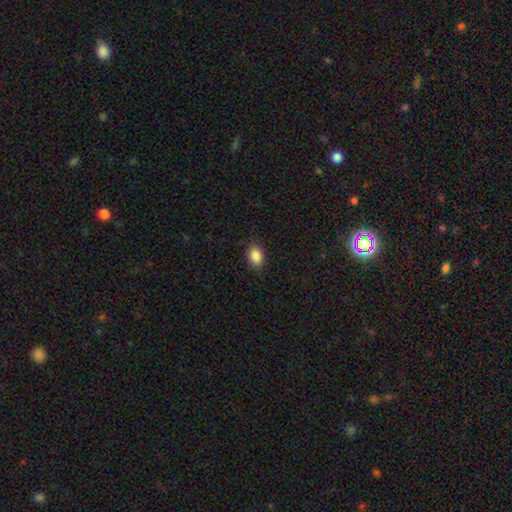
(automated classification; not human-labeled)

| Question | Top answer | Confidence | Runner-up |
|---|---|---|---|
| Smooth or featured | smooth | 88% | star or artifact (8%) |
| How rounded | in between | 77% | round (22%) |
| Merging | none | 86% | minor disturbance (11%) |